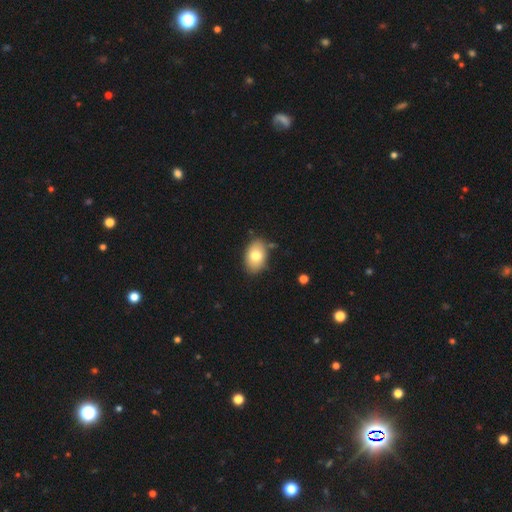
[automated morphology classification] smooth 77%, featured or disk 16%, star or artifact 8%. Down the decision tree: how rounded — in between (87%); merging — none (80%).